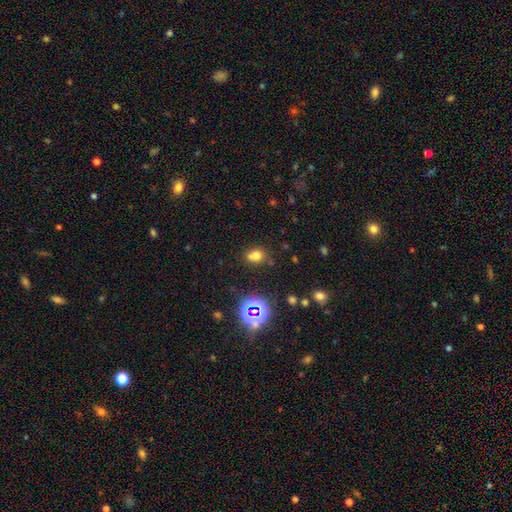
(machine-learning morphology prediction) Smooth or featured? smooth (68%)
How rounded? in between (52%)
Merging? none (57%)